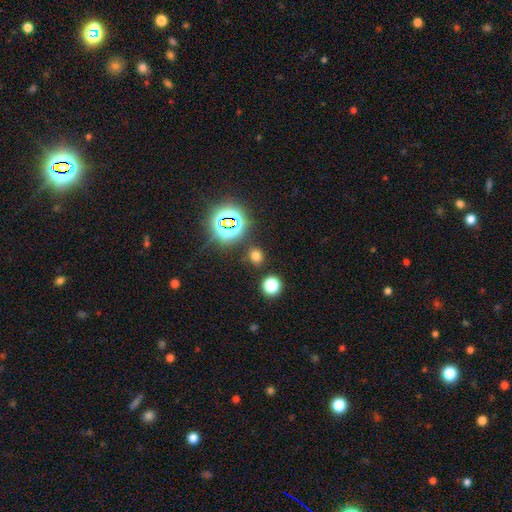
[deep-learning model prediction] This is likely a smooth galaxy (65%). How rounded: likely round (77%). Merging: clearly none (86%).